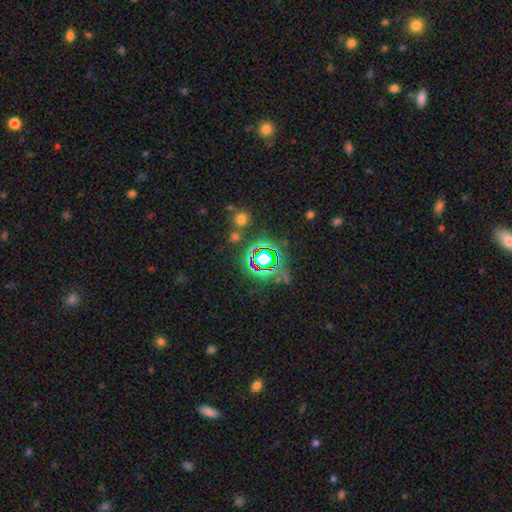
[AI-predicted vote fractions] The model was most divided on "smooth or featured": star or artifact: 72%, smooth: 17%, featured or disk: 12%.